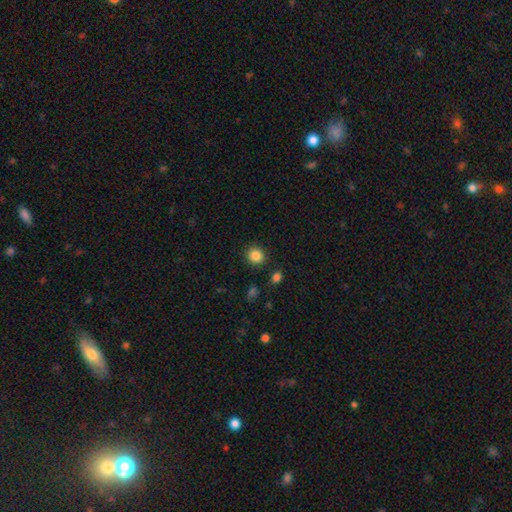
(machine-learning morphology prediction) smooth-or-featured: smooth: 86% | star or artifact: 10% | featured or disk: 4%
  how-rounded: round: 91% | in between: 8% | cigar-shaped: 1%
  merging: none: 90% | minor disturbance: 6% | merger: 2% | major disturbance: 2%